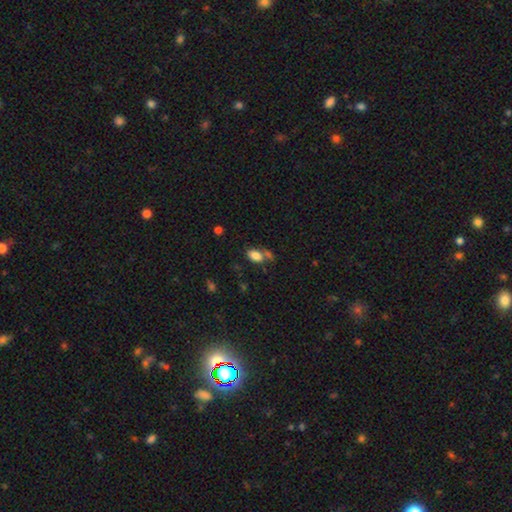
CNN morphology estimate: Smooth or featured? Predicted: smooth (p=0.82). How rounded? Predicted: in between (p=0.90). Merging? Predicted: none (p=0.54).